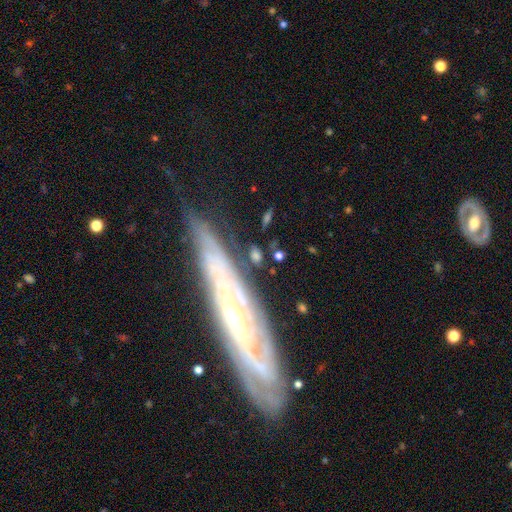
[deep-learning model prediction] Morphology: type=smooth (50%); merging=none (71%).